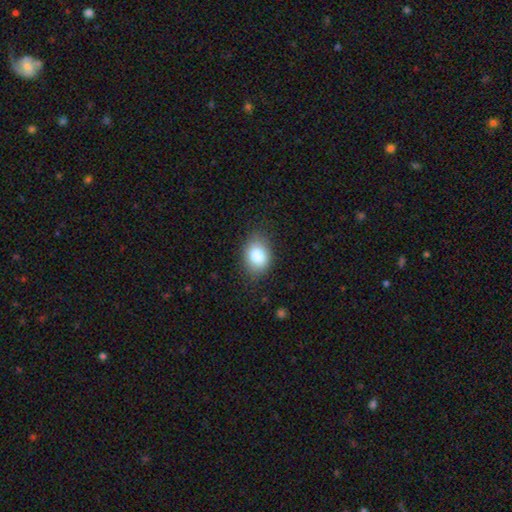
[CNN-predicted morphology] smooth_or_featured: smooth (p=0.84) [alt: star or artifact p=0.09]
how_rounded: in between (p=0.70) [alt: round p=0.29]
merging: none (p=0.79) [alt: minor disturbance p=0.16]